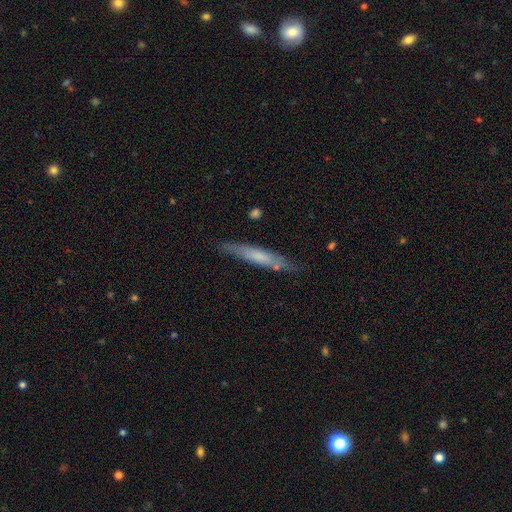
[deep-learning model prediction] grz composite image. It shows a featured or disk galaxy (47%). Merging: none (80%).